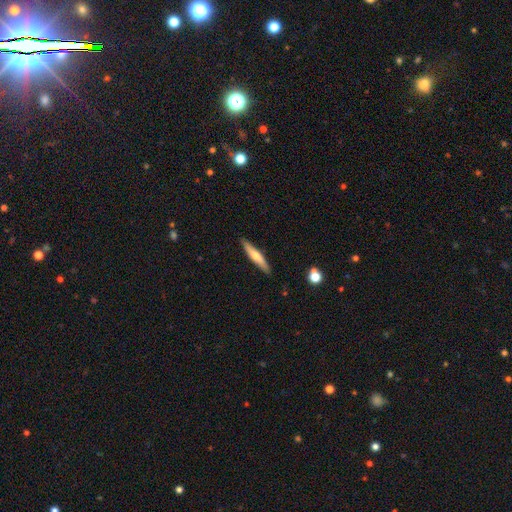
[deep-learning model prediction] Smooth or featured? smooth (53%)
How rounded? cigar-shaped (90%)
Merging? none (89%)